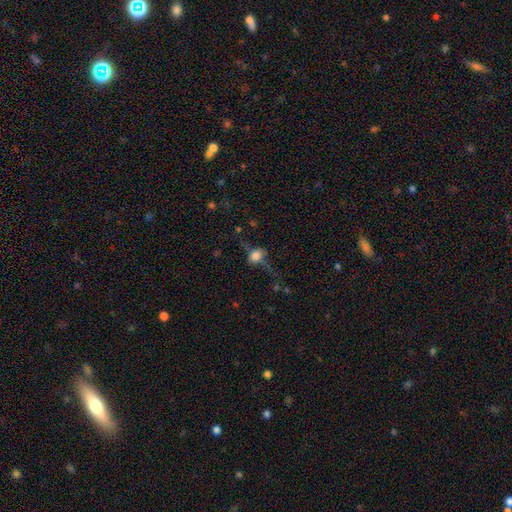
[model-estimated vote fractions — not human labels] Q: Smooth or featured?
A: smooth (67%); runner-up: featured or disk (20%)
Q: How rounded?
A: in between (51%); runner-up: round (46%)
Q: Merging?
A: none (46%); runner-up: major disturbance (25%)